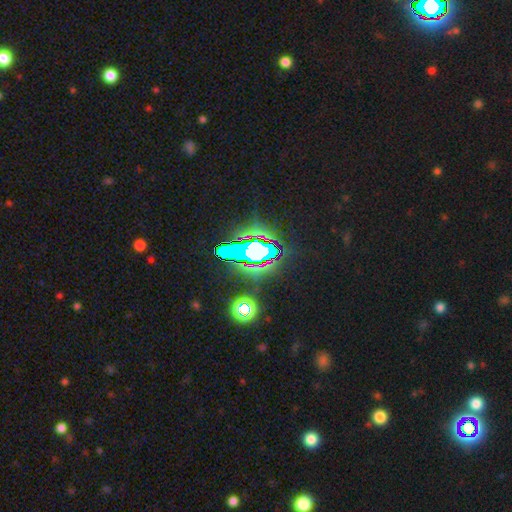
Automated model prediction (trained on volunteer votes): Morphology: type=star or artifact (68%).